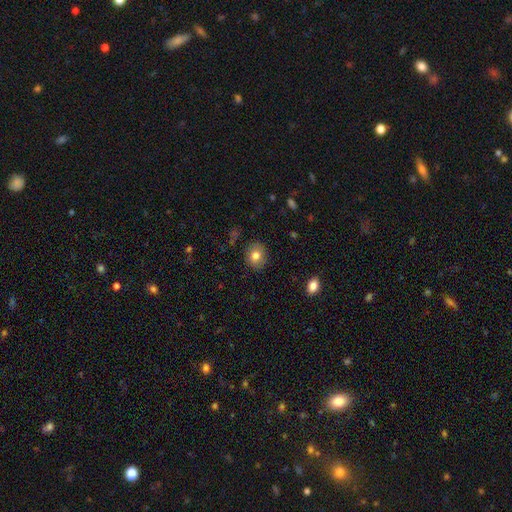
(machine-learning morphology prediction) smooth 79%, featured or disk 12%, star or artifact 9%. Down the decision tree: how rounded — round (62%); merging — none (87%).